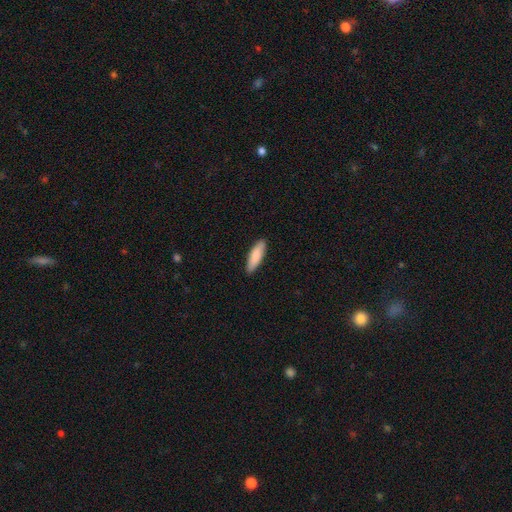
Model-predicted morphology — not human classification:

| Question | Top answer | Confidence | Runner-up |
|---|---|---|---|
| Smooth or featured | smooth | 84% | featured or disk (11%) |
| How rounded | cigar-shaped | 57% | in between (42%) |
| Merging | none | 90% | minor disturbance (8%) |